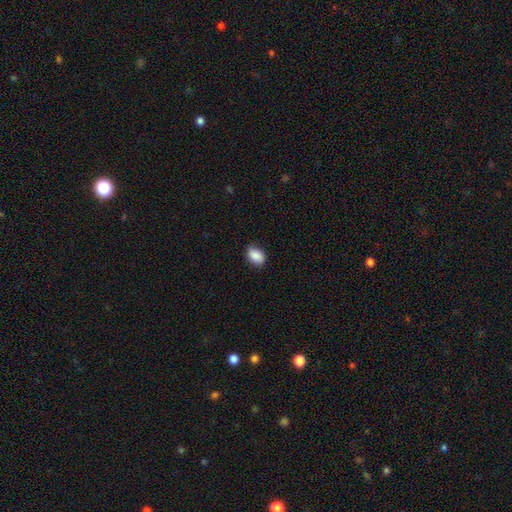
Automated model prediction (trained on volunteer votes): smooth_or_featured: smooth (p=0.87) [alt: star or artifact p=0.07]
how_rounded: in between (p=0.78) [alt: round p=0.21]
merging: none (p=0.78) [alt: minor disturbance p=0.18]